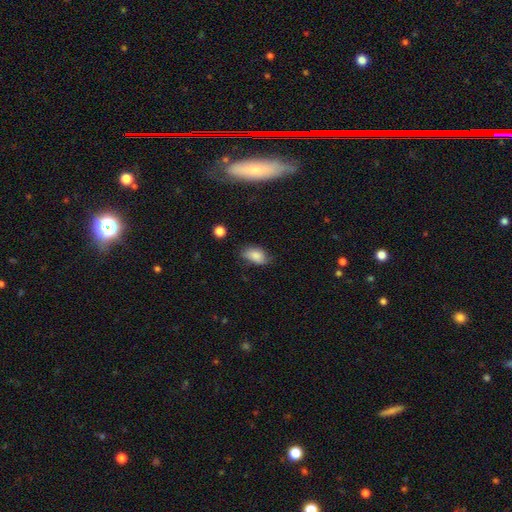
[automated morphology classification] Q: Smooth or featured?
A: smooth (82%); runner-up: featured or disk (9%)
Q: How rounded?
A: in between (89%); runner-up: round (9%)
Q: Merging?
A: none (62%); runner-up: minor disturbance (30%)